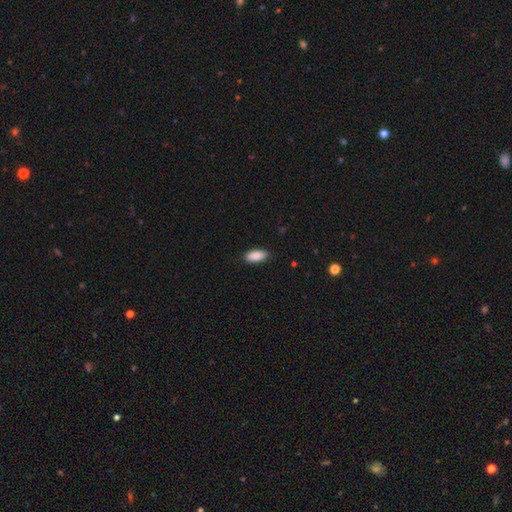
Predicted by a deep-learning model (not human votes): A smooth galaxy with no disk features (90%) that is in between round and cigar-shaped (89%). Merging: none (87%).